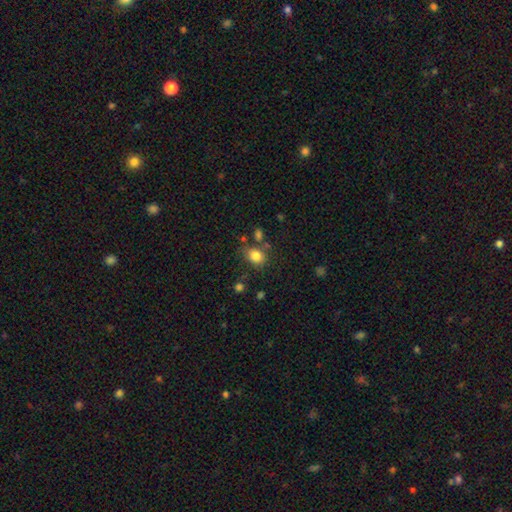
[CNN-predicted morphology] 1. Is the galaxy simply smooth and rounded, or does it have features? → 83% smooth, 11% star or artifact, 7% featured or disk.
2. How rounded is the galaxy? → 52% in between, 47% round, 1% cigar-shaped.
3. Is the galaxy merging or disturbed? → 67% none, 17% minor disturbance, 10% merger, 6% major disturbance.